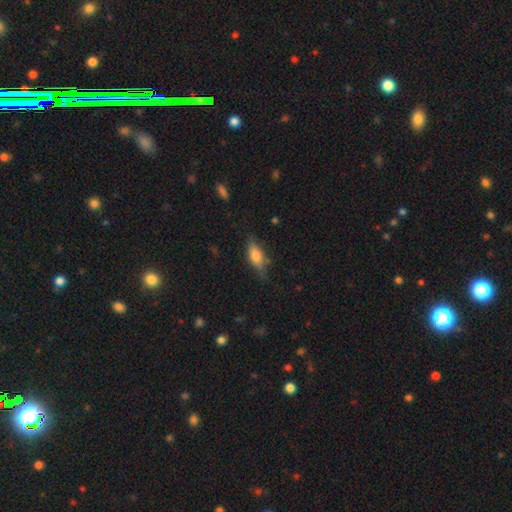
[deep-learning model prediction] Morphology: type=smooth (68%); roundness=in between (71%); merging=none (68%).